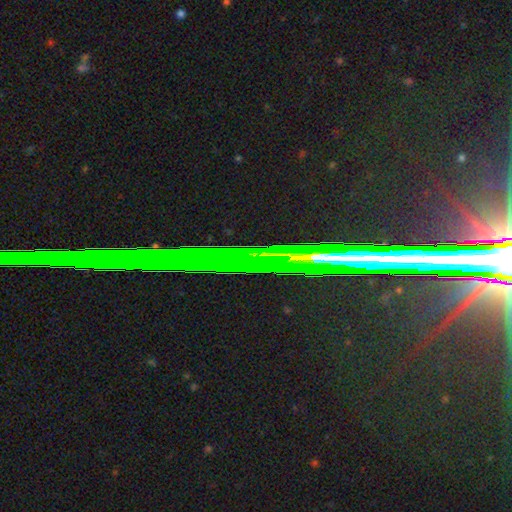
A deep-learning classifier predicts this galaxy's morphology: A star or artifact, not a galaxy (73%).